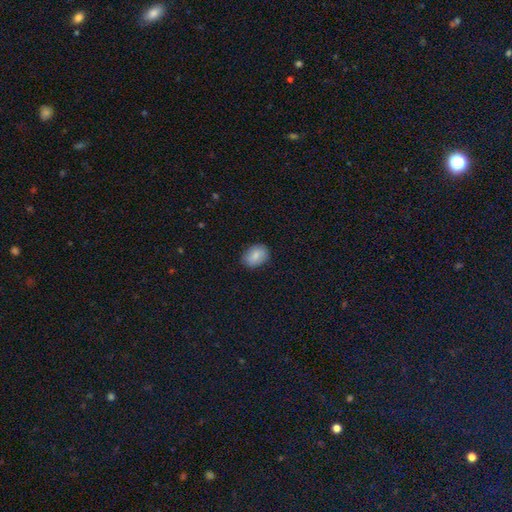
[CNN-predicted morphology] Smooth or featured: smooth — 83% (featured or disk — 9%)
How rounded: in between — 70% (round — 29%)
Merging: none — 86% (minor disturbance — 11%)